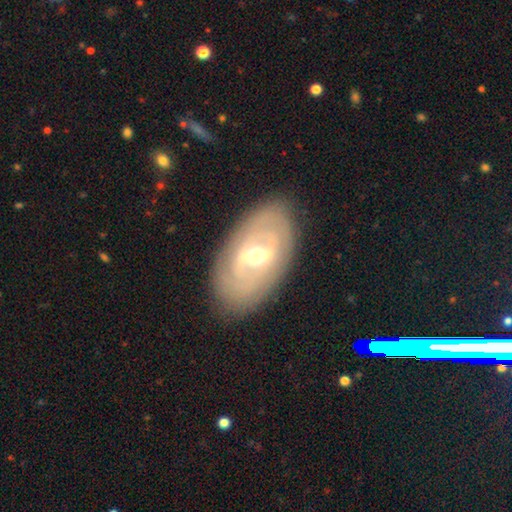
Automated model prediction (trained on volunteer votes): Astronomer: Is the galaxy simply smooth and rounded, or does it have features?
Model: featured or disk — 77%.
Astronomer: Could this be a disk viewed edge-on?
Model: no — 92%.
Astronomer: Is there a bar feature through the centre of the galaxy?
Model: weak — 43% (runner-up: strong, 38%).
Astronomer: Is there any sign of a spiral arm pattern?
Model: yes — 63%.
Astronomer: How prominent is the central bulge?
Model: moderate — 72%.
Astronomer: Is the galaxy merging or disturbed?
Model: none — 84%.